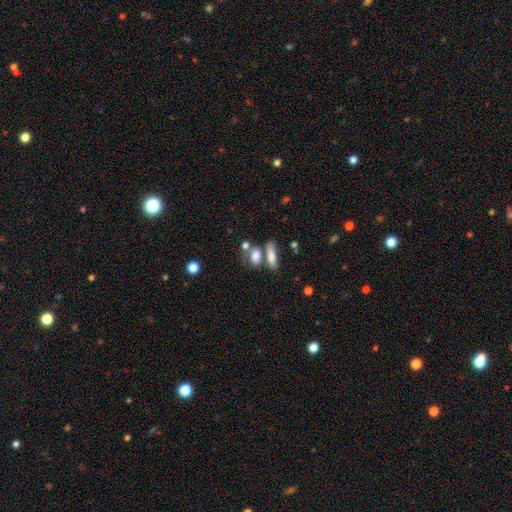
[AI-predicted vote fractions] A smooth galaxy with no disk features (77%) that is in between round and cigar-shaped (70%).

Vote fractions:
- Smooth or featured? smooth: 77% / featured or disk: 13% / star or artifact: 10%
- How rounded? in between: 70% / cigar-shaped: 17% / round: 13%
- Merging? none: 44% / merger: 36% / minor disturbance: 13% / major disturbance: 7%